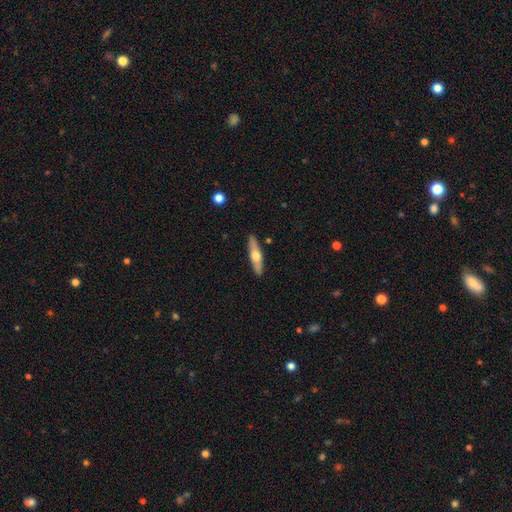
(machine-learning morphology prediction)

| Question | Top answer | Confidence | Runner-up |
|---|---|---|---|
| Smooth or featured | smooth | 48% | featured or disk (47%) |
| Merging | none | 89% | minor disturbance (8%) |